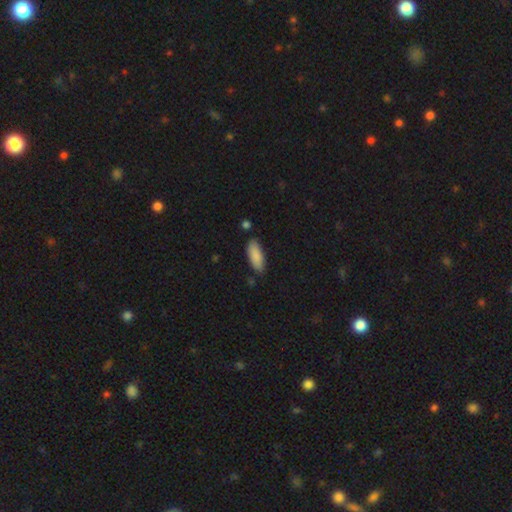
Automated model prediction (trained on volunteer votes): This appears to be a smooth galaxy with no disk features (88%) that is in between round and cigar-shaped (76%). Merging: none (81%).